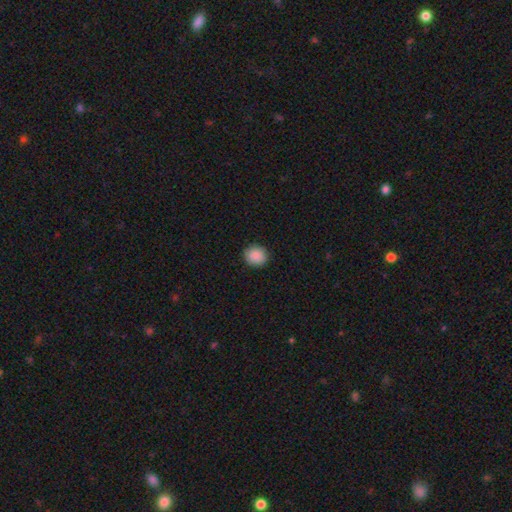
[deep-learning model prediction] Q: Smooth or featured?
A: smooth (89%); runner-up: star or artifact (8%)
Q: How rounded?
A: round (85%); runner-up: in between (14%)
Q: Merging?
A: none (91%); runner-up: minor disturbance (6%)